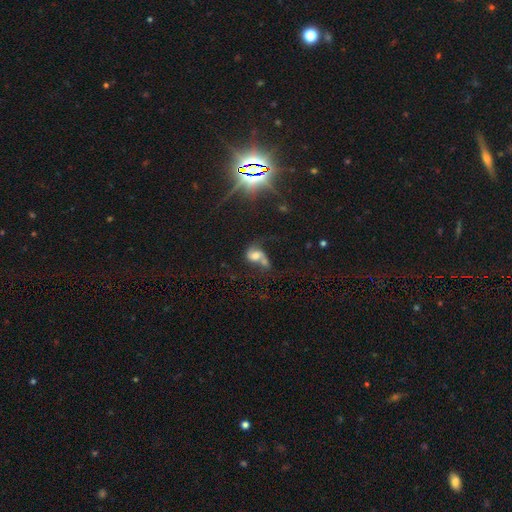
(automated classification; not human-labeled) This is possibly a smooth galaxy (47%). Merging: possibly merger (52%).